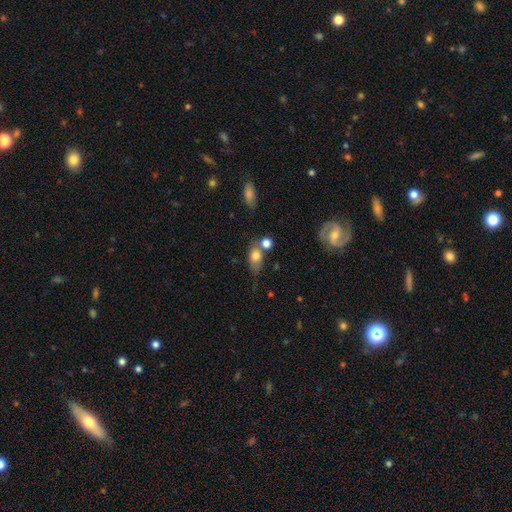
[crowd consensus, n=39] Smooth or featured?
  - smooth: 74% *
  - featured or disk: 21%
  - star or artifact: 5%
How rounded?
  - in between: 69% *
  - round: 21%
  - cigar-shaped: 10%
Merging?
  - none: 46% *
  - minor disturbance: 27%
  - major disturbance: 16%
  - merger: 11%